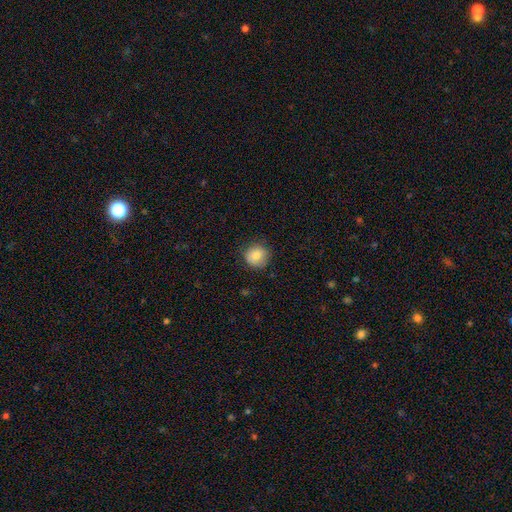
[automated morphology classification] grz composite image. It shows a smooth galaxy with no disk features (83%) that is round (89%). Merging: none (80%).